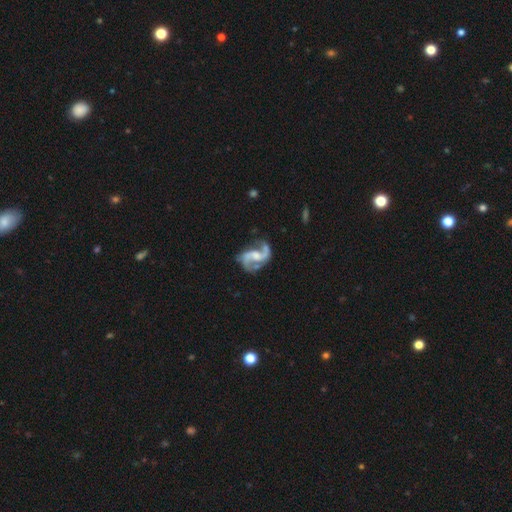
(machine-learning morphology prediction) smooth_or_featured: featured or disk (p=0.89) [alt: smooth p=0.06]
disk_edge_on: no (p=0.98) [alt: yes p=0.02]
bar: weak (p=0.47) [alt: no p=0.36]
has_spiral_arms: yes (p=0.96) [alt: no p=0.04]
spiral_winding: loose (p=0.49) [alt: medium p=0.43]
spiral_arm_count: 2 (p=0.90) [alt: 3 p=0.03]
bulge_size: moderate (p=0.41) [alt: small p=0.30]
merging: none (p=0.60) [alt: minor disturbance p=0.20]